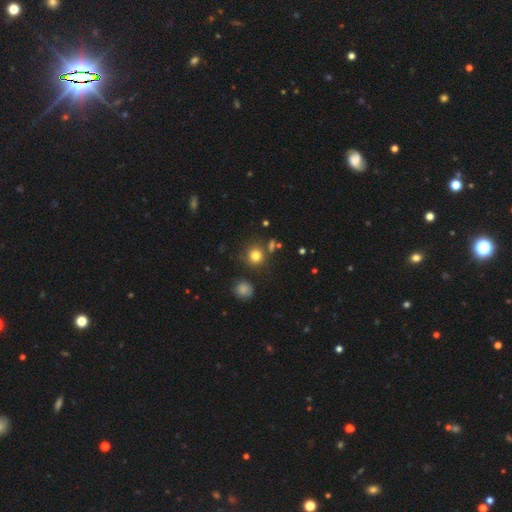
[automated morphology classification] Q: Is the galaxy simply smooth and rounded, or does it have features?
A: smooth — 79%.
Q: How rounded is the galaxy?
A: round — 91%.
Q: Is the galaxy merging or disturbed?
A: none — 79%.